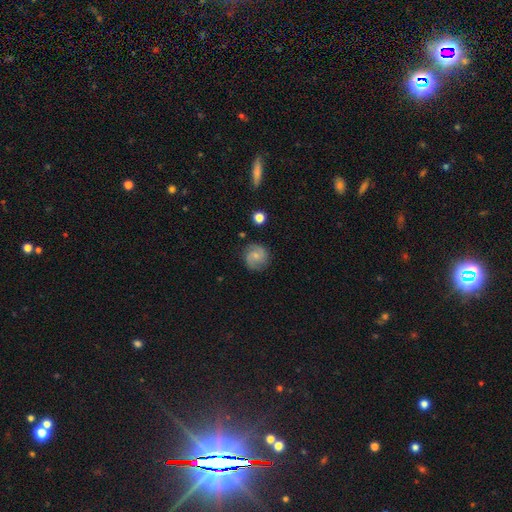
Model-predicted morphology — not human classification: smooth_or_featured: featured or disk (p=0.54) [alt: smooth p=0.38]
disk_edge_on: no (p=0.97) [alt: yes p=0.03]
bar: no (p=0.66) [alt: weak p=0.29]
has_spiral_arms: yes (p=0.89) [alt: no p=0.11]
bulge_size: small (p=0.62) [alt: moderate p=0.29]
merging: none (p=0.81) [alt: minor disturbance p=0.13]